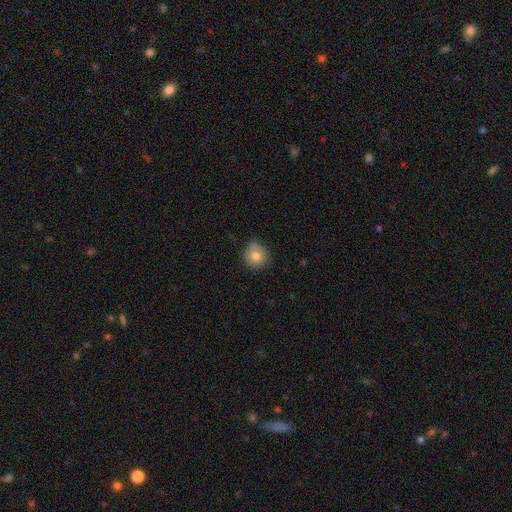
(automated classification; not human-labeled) smooth 80%, star or artifact 10%, featured or disk 10%. Down the decision tree: how rounded — round (86%); merging — none (76%).